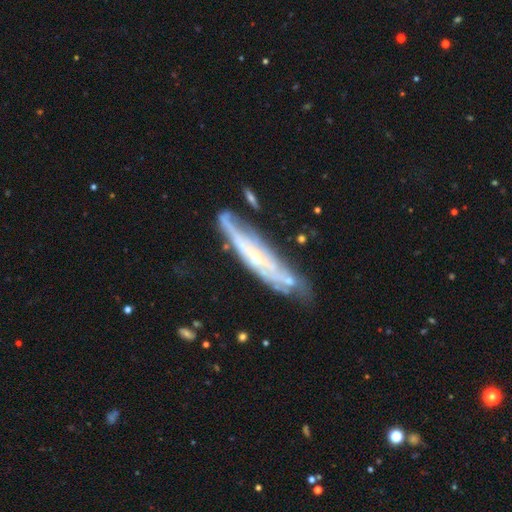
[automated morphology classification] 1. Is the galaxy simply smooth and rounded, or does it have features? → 74% featured or disk, 19% smooth, 7% star or artifact.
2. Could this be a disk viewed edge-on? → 60% yes, 40% no.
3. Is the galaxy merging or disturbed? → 61% none, 23% minor disturbance, 8% merger, 8% major disturbance.